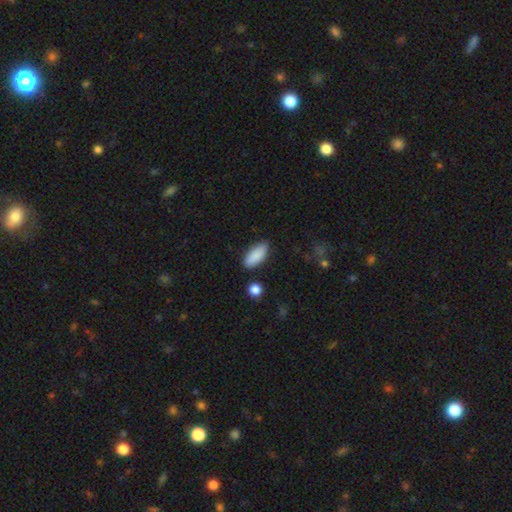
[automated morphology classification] smooth-or-featured: smooth: 88% | star or artifact: 6% | featured or disk: 6%
  how-rounded: in between: 83% | cigar-shaped: 14% | round: 2%
  merging: none: 79% | minor disturbance: 15% | merger: 3% | major disturbance: 3%